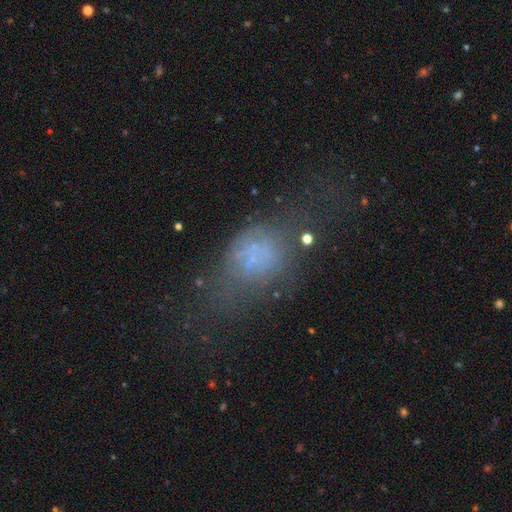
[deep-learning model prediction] This appears to be a smooth galaxy with no disk features (45%). Merging: major disturbance (40%).